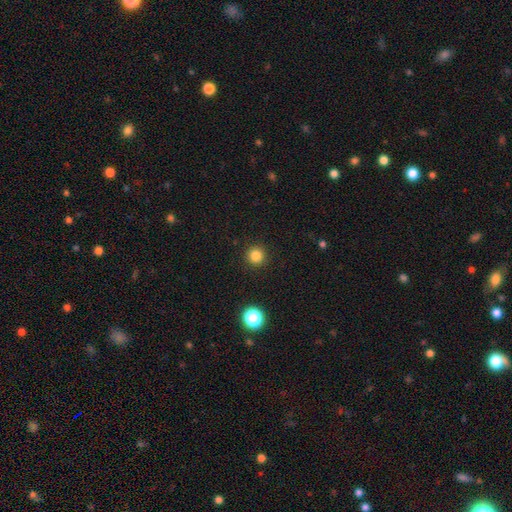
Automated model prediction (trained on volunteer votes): Smooth or featured? Predicted: smooth (p=0.83). How rounded? Predicted: round (p=0.95). Merging? Predicted: none (p=0.92).